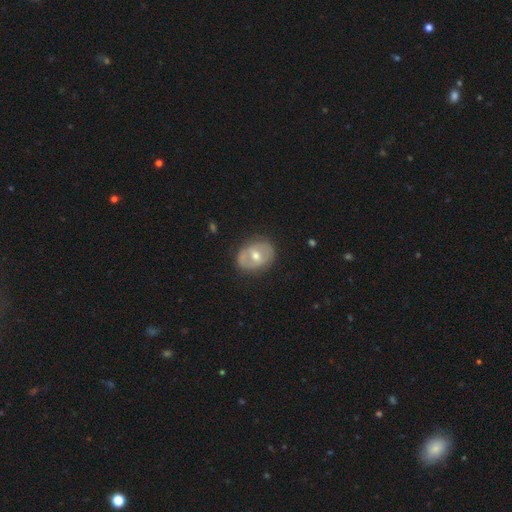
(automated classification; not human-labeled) Smooth or featured: featured or disk — 53% (smooth — 41%)
Edge-on disk: no — 94% (yes — 6%)
Merging: none — 79% (minor disturbance — 16%)